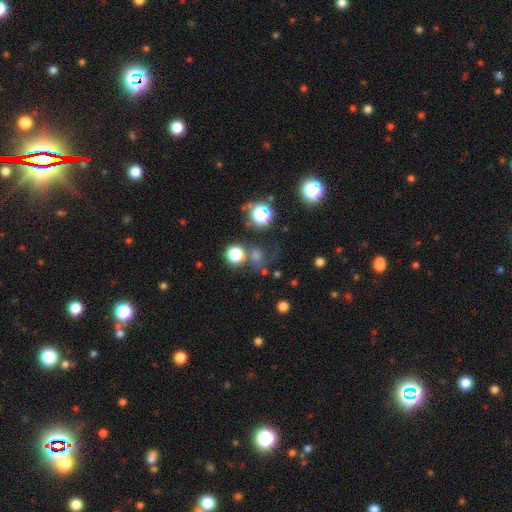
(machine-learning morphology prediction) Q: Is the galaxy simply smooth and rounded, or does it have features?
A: star or artifact — 47%.